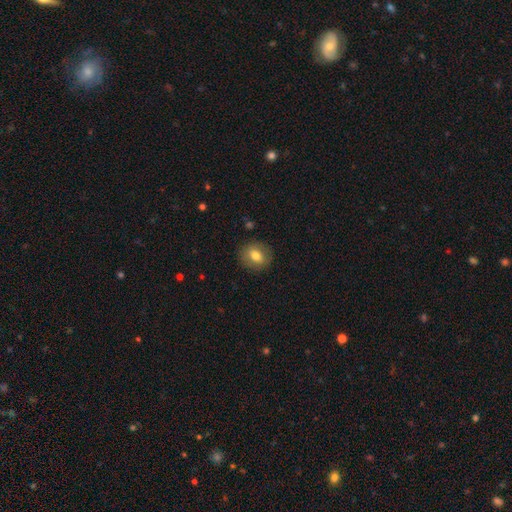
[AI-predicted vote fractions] This appears to be a smooth galaxy with no disk features (72%) that is round (68%). Merging: none (86%).